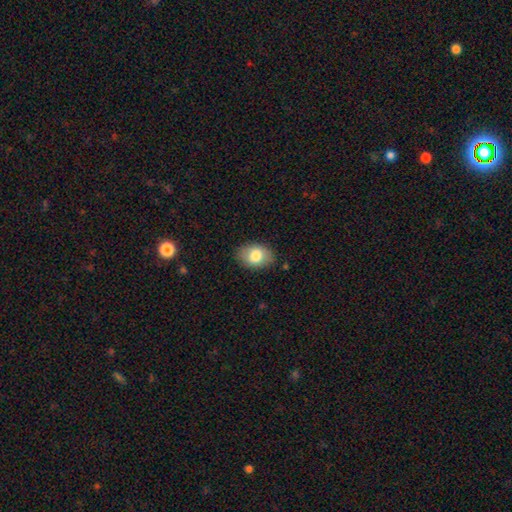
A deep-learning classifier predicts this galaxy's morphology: smooth_or_featured: smooth (p=0.81) [alt: featured or disk p=0.12]
how_rounded: in between (p=0.81) [alt: round p=0.18]
merging: none (p=0.83) [alt: minor disturbance p=0.13]